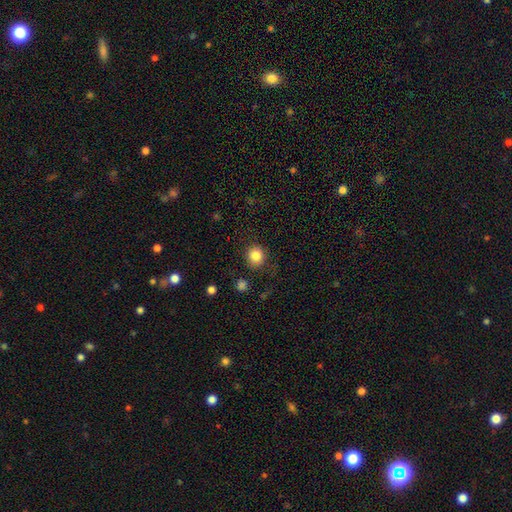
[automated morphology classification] Smooth or featured: smooth — 85% (star or artifact — 11%)
How rounded: round — 89% (in between — 10%)
Merging: none — 86% (minor disturbance — 9%)